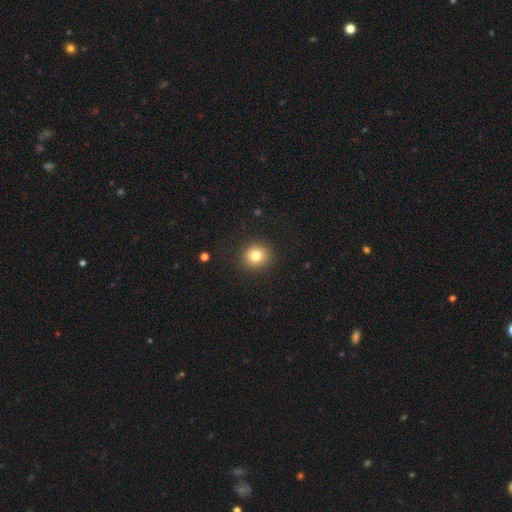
This appears to be a smooth galaxy with no disk features (82%) that is round (91%). Merging: none (94%).